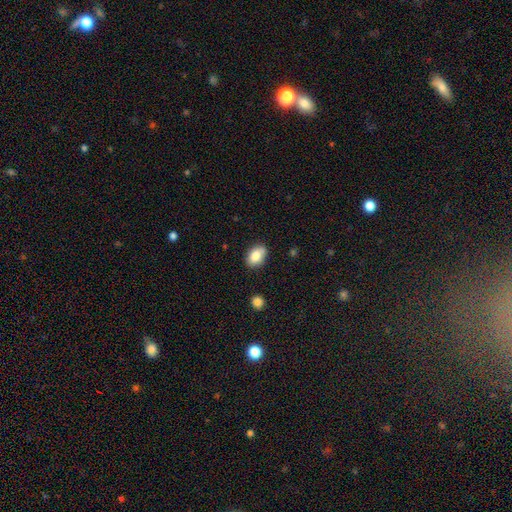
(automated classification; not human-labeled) Smooth or featured? smooth (82%)
How rounded? in between (81%)
Merging? none (74%)